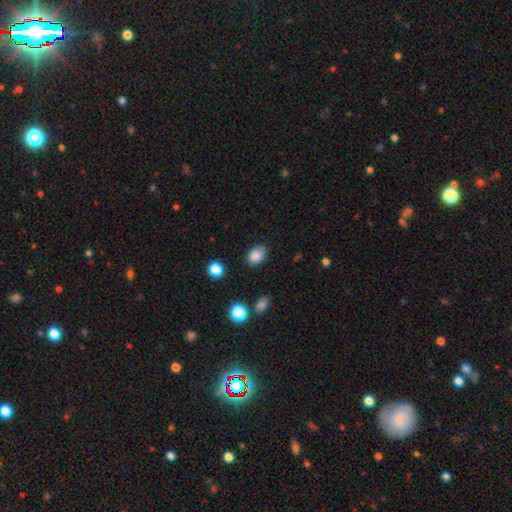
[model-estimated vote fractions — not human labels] smooth-or-featured: smooth: 86% | star or artifact: 10% | featured or disk: 4%
  how-rounded: in between: 72% | round: 27% | cigar-shaped: 1%
  merging: none: 80% | minor disturbance: 15% | major disturbance: 3% | merger: 2%